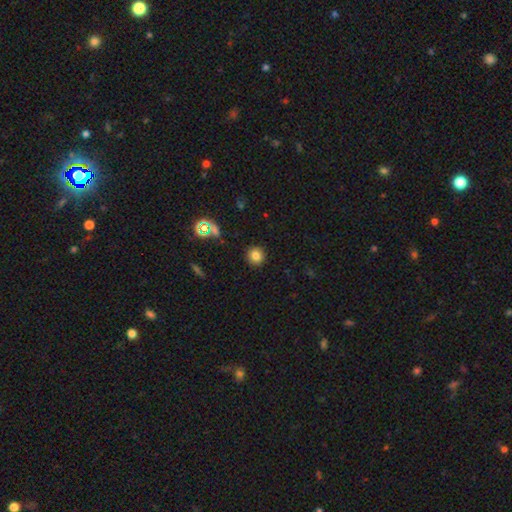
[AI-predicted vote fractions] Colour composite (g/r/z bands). It shows a smooth galaxy with no disk features (79%) that is round (93%). Merging: none (91%).